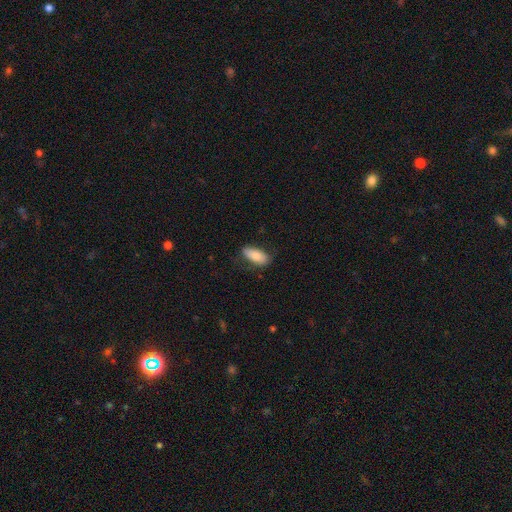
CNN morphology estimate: smooth_or_featured: smooth (p=0.82) [alt: featured or disk p=0.12]
how_rounded: in between (p=0.83) [alt: cigar-shaped p=0.15]
merging: none (p=0.76) [alt: minor disturbance p=0.19]